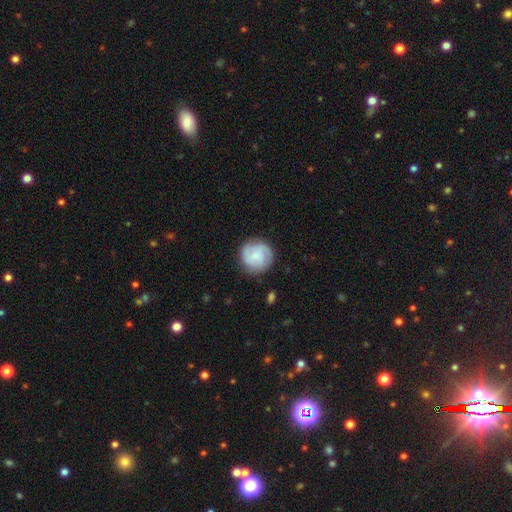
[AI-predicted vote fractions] Smooth or featured?
  - featured or disk: 52% *
  - smooth: 42%
  - star or artifact: 7%
Edge-on disk?
  - no: 98% *
  - yes: 2%
Bar?
  - no: 69% *
  - weak: 27%
  - strong: 4%
Spiral arms?
  - yes: 89% *
  - no: 11%
Bulge size?
  - small: 67% *
  - moderate: 23%
  - none: 7%
  - large: 2%
  - dominant: 1%
Merging?
  - none: 82% *
  - minor disturbance: 13%
  - major disturbance: 4%
  - merger: 1%